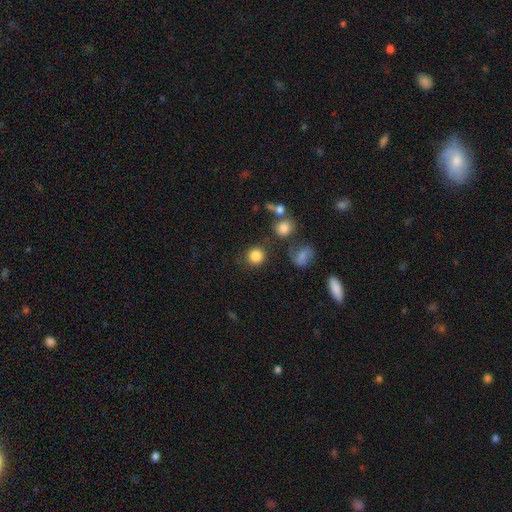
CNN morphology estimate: A smooth galaxy with no disk features (84%) that is round (89%). Merging: none (79%).